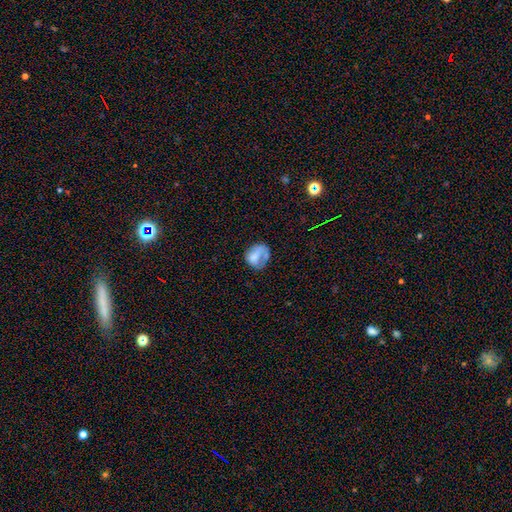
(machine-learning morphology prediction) Smooth or featured? smooth (63%)
How rounded? round (61%)
Merging? none (40%)